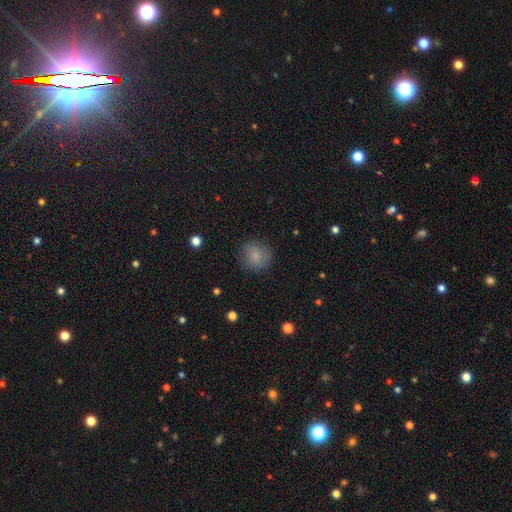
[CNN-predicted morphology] smooth_or_featured: smooth (p=0.82) [alt: featured or disk p=0.10]
how_rounded: round (p=0.84) [alt: in between p=0.15]
merging: none (p=0.83) [alt: minor disturbance p=0.12]